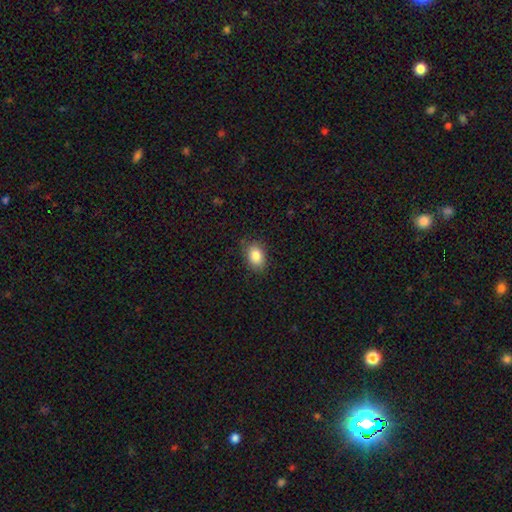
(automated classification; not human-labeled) A smooth galaxy with no disk features (85%) that is in between round and cigar-shaped (79%).

Vote fractions:
- Smooth or featured? smooth: 85% / star or artifact: 8% / featured or disk: 7%
- How rounded? in between: 79% / round: 20% / cigar-shaped: 1%
- Merging? none: 84% / minor disturbance: 13% / major disturbance: 3% / merger: 1%